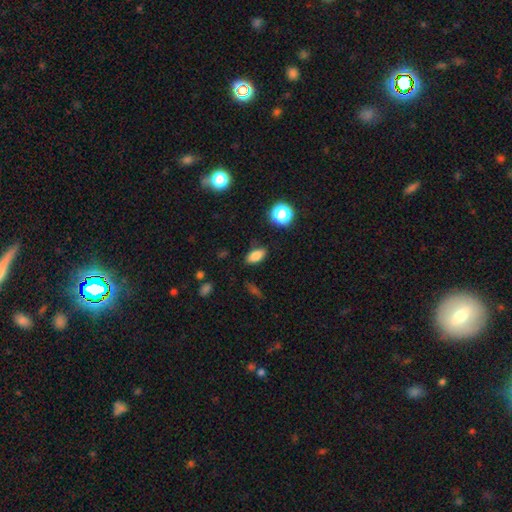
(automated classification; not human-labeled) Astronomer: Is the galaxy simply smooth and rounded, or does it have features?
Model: smooth — 82%.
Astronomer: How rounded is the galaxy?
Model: in between — 87%.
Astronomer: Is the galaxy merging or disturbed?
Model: none — 85%.